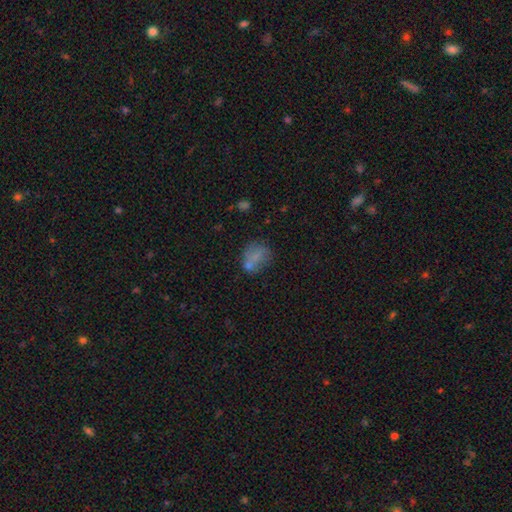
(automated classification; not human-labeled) The model was most divided on "how rounded": round: 52%, in between: 46%, cigar-shaped: 2%. Remaining: smooth or featured — smooth (68%); merging — none (47%).